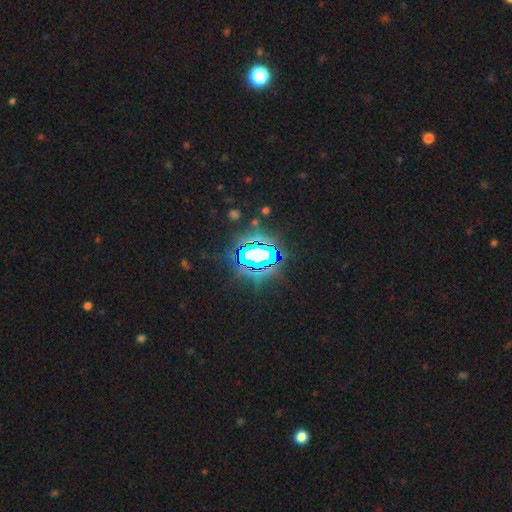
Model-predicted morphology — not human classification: type=star or artifact (73%).